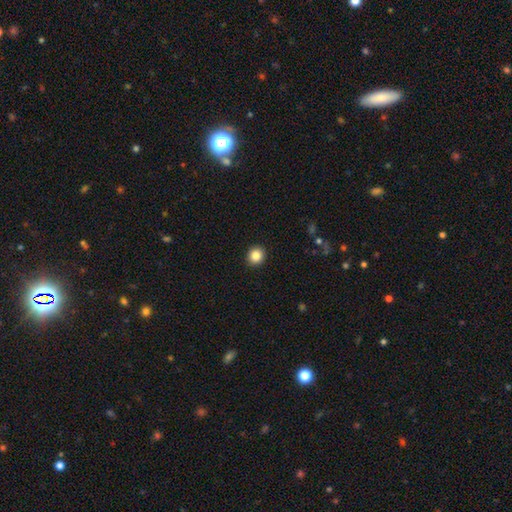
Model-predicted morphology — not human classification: Q: Smooth or featured?
A: smooth (85%); runner-up: star or artifact (10%)
Q: How rounded?
A: round (83%); runner-up: in between (16%)
Q: Merging?
A: none (93%); runner-up: minor disturbance (5%)